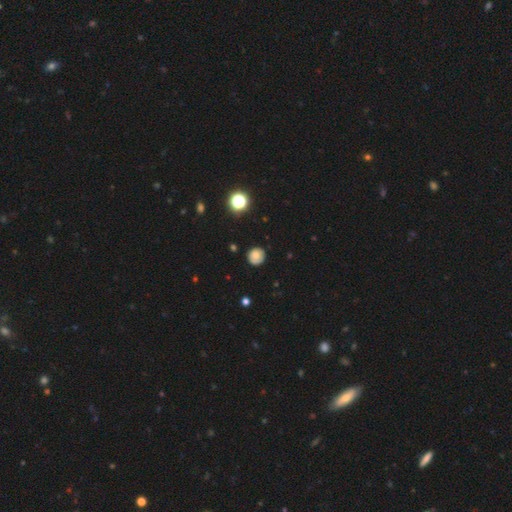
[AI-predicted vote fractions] This appears to be a smooth galaxy with no disk features (74%) that is round (92%). Merging: none (82%).